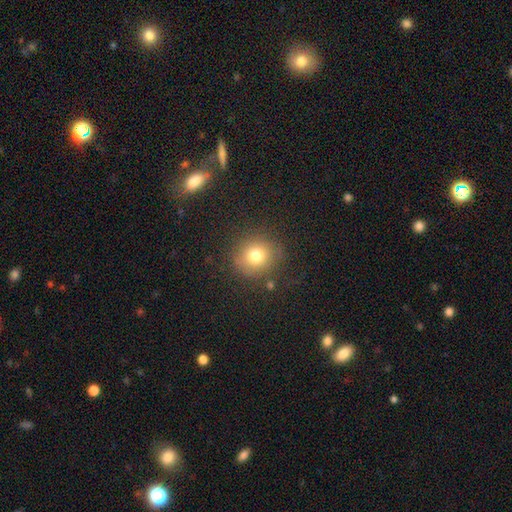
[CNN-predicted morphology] This is likely a smooth galaxy (75%). How rounded: clearly round (89%). Merging: clearly none (84%).